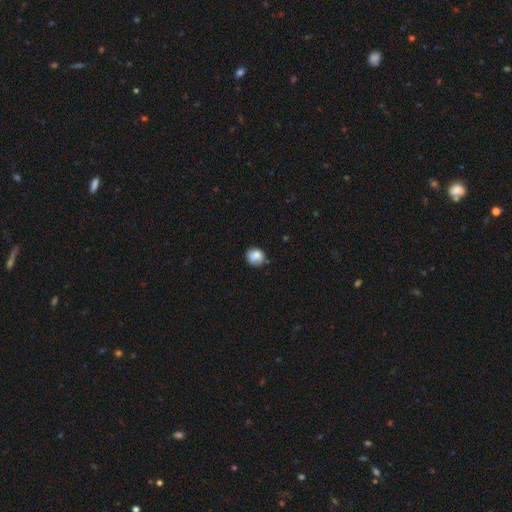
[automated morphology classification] Smooth or featured? Predicted: smooth (p=0.78). How rounded? Predicted: round (p=0.80). Merging? Predicted: none (p=0.71).